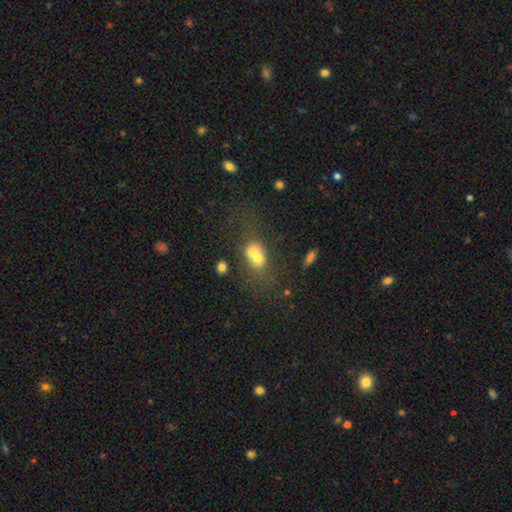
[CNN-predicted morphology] Overall: smooth (62%; featured or disk 23%). How rounded: in between (80%). Merging: none (42%; major disturbance 27%).